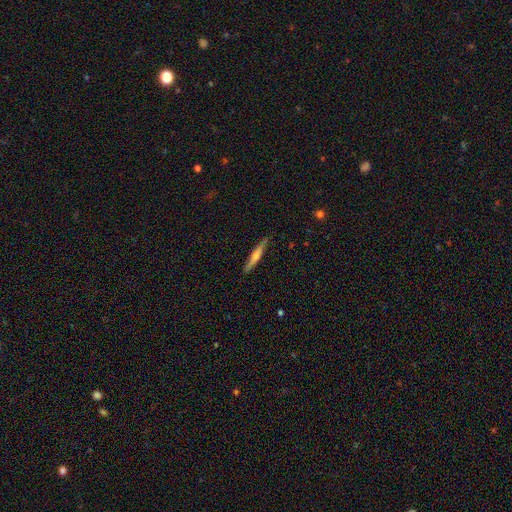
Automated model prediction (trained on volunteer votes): This appears to be a featured or disk galaxy (60%) viewed edge-on (96%) with a rounded central bulge (82%). Merging: none (89%).